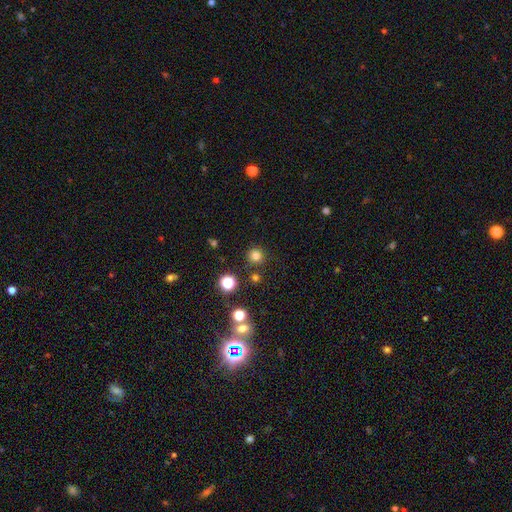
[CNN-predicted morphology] The model was most divided on "smooth or featured": smooth: 77%, star or artifact: 18%, featured or disk: 5%. More confident: how rounded — round (95%); merging — none (86%).